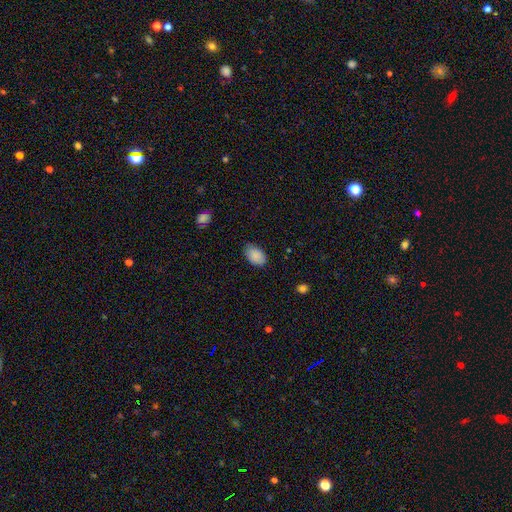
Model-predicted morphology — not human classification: smooth_or_featured: smooth (p=0.88) [alt: star or artifact p=0.07]
how_rounded: in between (p=0.90) [alt: round p=0.09]
merging: none (p=0.80) [alt: minor disturbance p=0.16]